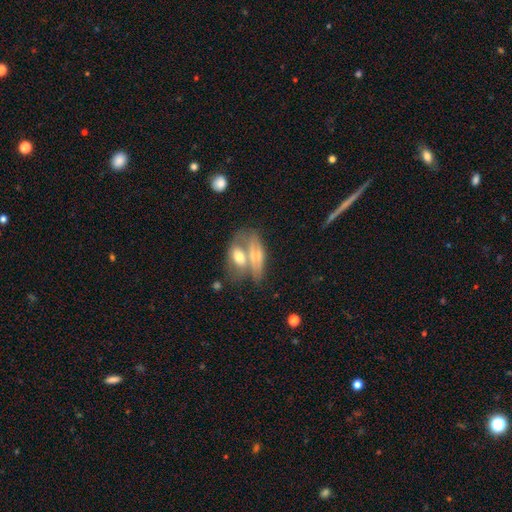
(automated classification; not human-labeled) This is possibly a smooth galaxy (56%). How rounded: likely in between (75%). Merging: possibly merger (48%).